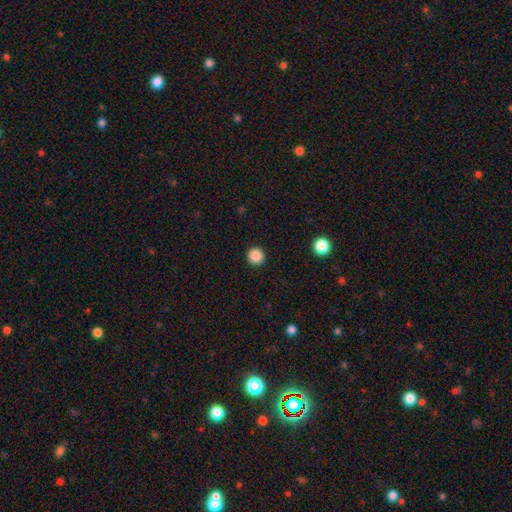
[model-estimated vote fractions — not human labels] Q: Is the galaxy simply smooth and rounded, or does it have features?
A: smooth — 87%.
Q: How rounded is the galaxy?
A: round — 95%.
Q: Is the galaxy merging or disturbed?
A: none — 93%.